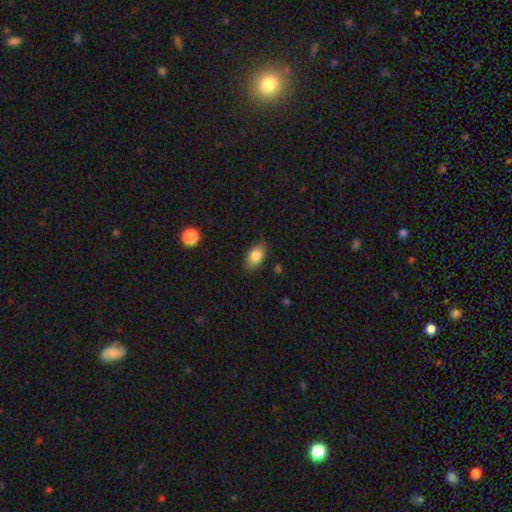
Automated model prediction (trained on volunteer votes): Smooth or featured? smooth (83%)
How rounded? in between (88%)
Merging? none (83%)